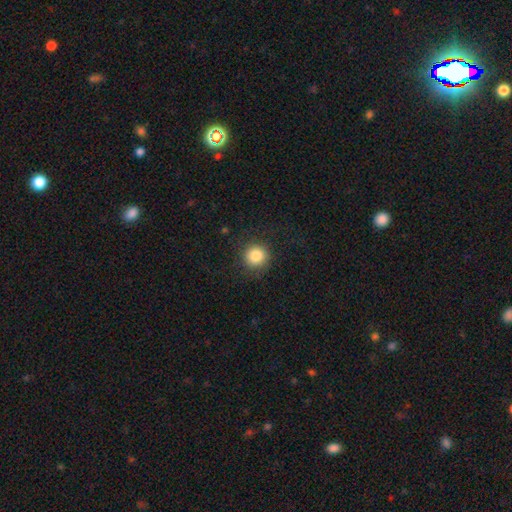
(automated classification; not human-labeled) smooth-or-featured: smooth: 85% | star or artifact: 10% | featured or disk: 5%
  how-rounded: round: 93% | in between: 6% | cigar-shaped: 1%
  merging: none: 88% | minor disturbance: 8% | major disturbance: 4% | merger: 1%